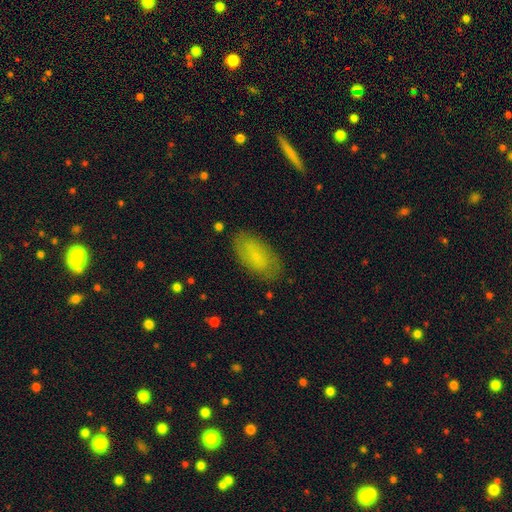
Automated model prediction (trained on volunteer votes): Q: Smooth or featured?
A: smooth (69%); runner-up: featured or disk (23%)
Q: How rounded?
A: in between (91%); runner-up: cigar-shaped (5%)
Q: Merging?
A: none (81%); runner-up: minor disturbance (14%)